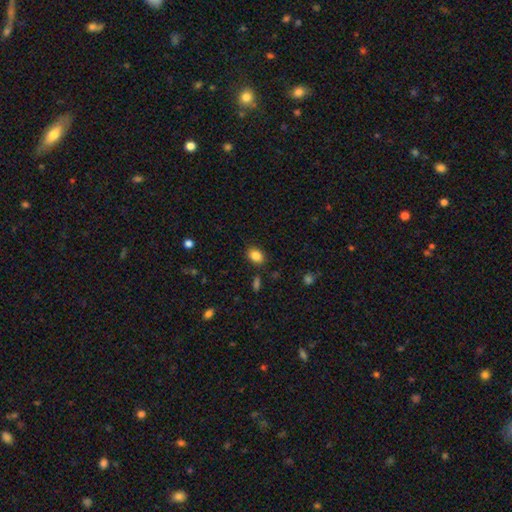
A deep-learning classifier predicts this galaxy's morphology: Overall: smooth (85%). How rounded: in between (66%; round 32%). Merging: none (84%).